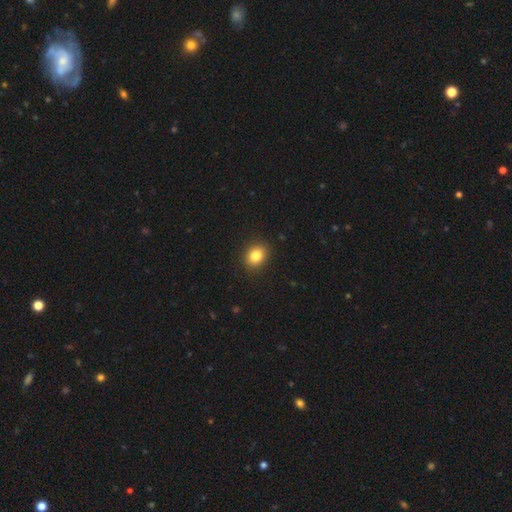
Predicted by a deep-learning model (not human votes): smooth-or-featured: smooth: 84% | star or artifact: 10% | featured or disk: 6%
  how-rounded: in between: 51% | round: 49% | cigar-shaped: 1%
  merging: none: 90% | minor disturbance: 7% | major disturbance: 2% | merger: 1%